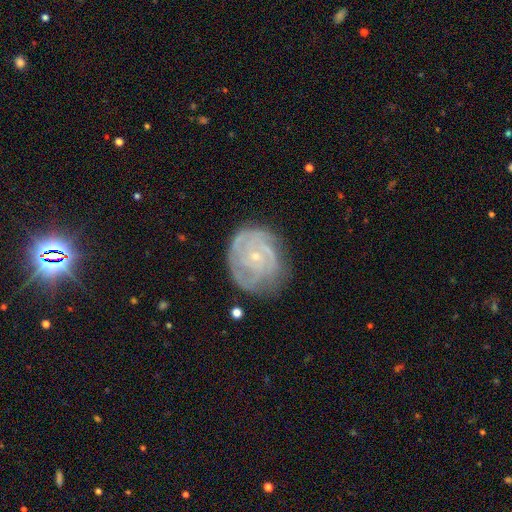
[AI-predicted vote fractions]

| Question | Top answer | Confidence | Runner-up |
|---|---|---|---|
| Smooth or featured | featured or disk | 83% | smooth (11%) |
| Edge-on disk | no | 98% | yes (2%) |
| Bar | no | 76% | weak (20%) |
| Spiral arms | yes | 94% | no (6%) |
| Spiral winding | tight | 72% | medium (23%) |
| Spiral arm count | can't tell | 29% | 3 (26%) |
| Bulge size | small | 83% | moderate (14%) |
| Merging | none | 70% | minor disturbance (21%) |